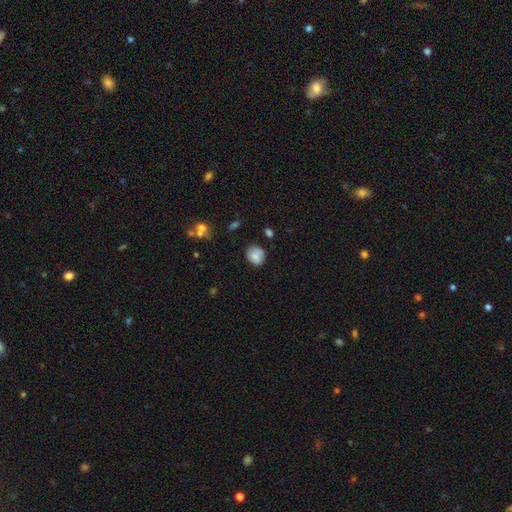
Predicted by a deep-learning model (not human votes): smooth 81%, featured or disk 10%, star or artifact 9%. Down the decision tree: how rounded — round (73%); merging — none (73%).